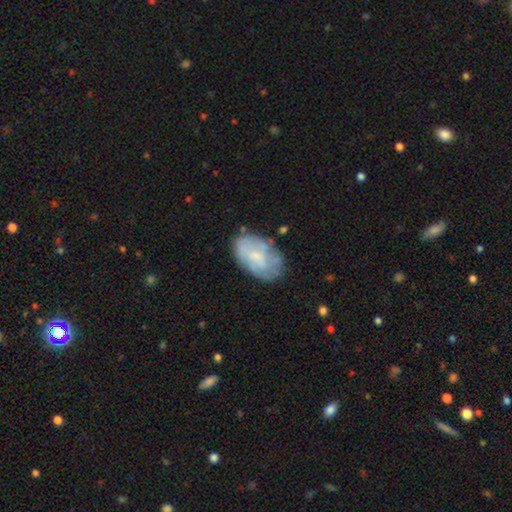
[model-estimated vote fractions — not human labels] A smooth galaxy with no disk features (55%) that is in between round and cigar-shaped (92%). Merging: none (64%).